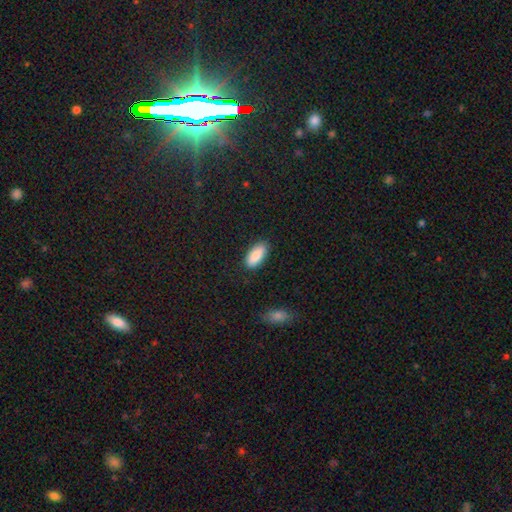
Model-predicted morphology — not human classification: The model was most divided on "merging": none: 86%, minor disturbance: 10%, major disturbance: 2%, merger: 1%. More confident: smooth or featured — smooth (88%); how rounded — in between (87%).